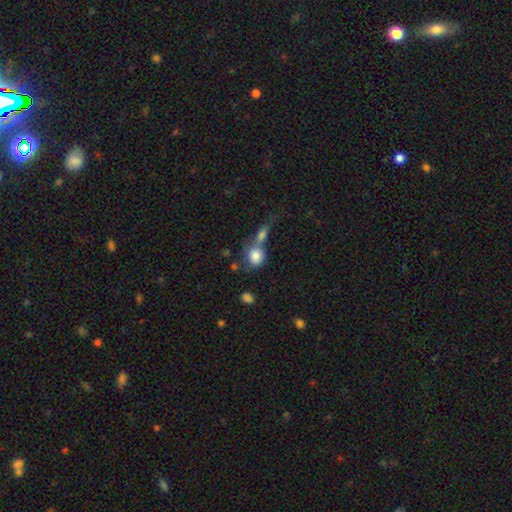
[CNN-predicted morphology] A smooth galaxy with no disk features (81%) that is round (71%). Merging: merger (51%).